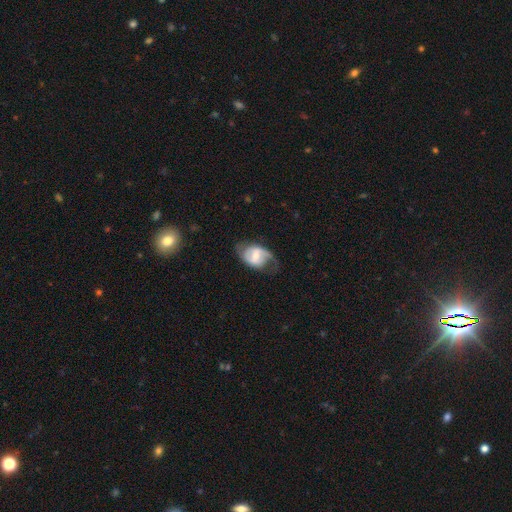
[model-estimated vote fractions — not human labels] Smooth or featured: featured or disk — 72% (smooth — 22%)
Edge-on disk: no — 96% (yes — 4%)
Bar: weak — 48% (strong — 30%)
Spiral arms: yes — 85% (no — 15%)
Spiral winding: medium — 42% (loose — 40%)
Spiral arm count: 2 — 76% (1 — 12%)
Bulge size: moderate — 58% (small — 33%)
Merging: none — 57% (minor disturbance — 24%)